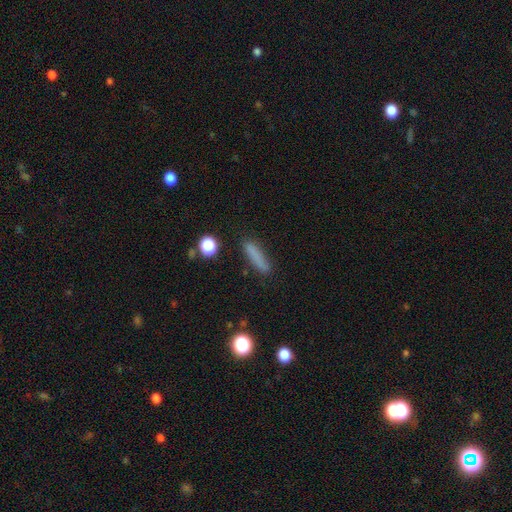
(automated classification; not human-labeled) Smooth or featured? Predicted: smooth (p=0.79). How rounded? Predicted: cigar-shaped (p=0.84). Merging? Predicted: none (p=0.83).